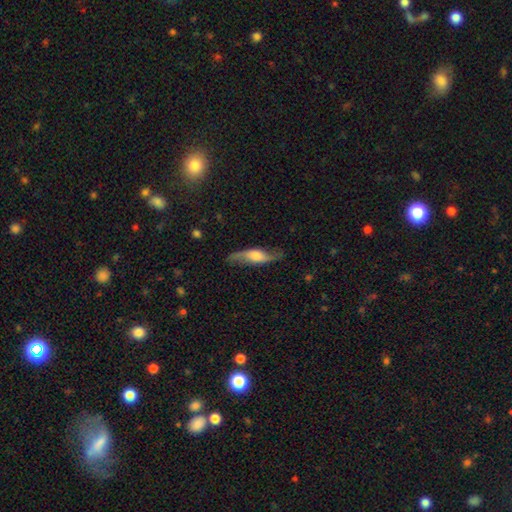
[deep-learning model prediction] Q: Smooth or featured?
A: featured or disk (61%); runner-up: smooth (32%)
Q: Edge-on disk?
A: no (57%); runner-up: yes (43%)
Q: Merging?
A: none (76%); runner-up: minor disturbance (17%)